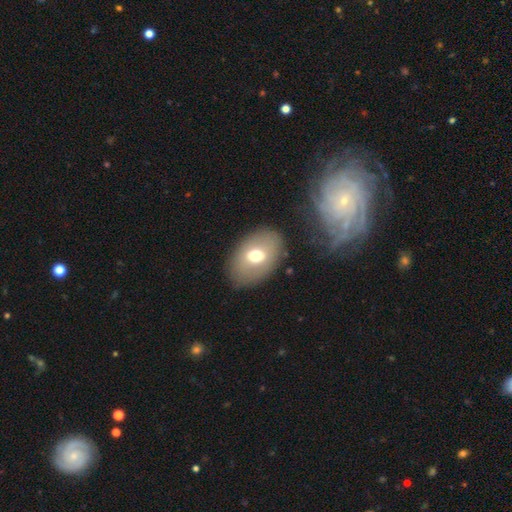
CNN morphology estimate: smooth-or-featured: smooth: 63% | featured or disk: 28% | star or artifact: 9%
  how-rounded: in between: 83% | round: 15% | cigar-shaped: 1%
  merging: none: 82% | minor disturbance: 11% | major disturbance: 5% | merger: 2%